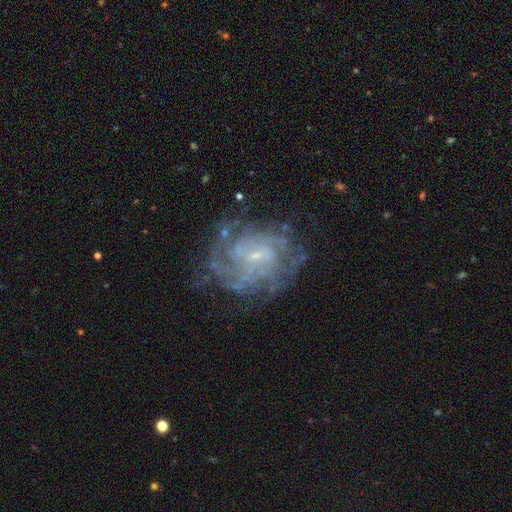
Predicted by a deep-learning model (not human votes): featured or disk 81%, smooth 10%, star or artifact 9%. Down the decision tree: edge-on disk — no (97%); bar — no (47%); spiral arms — yes (86%); spiral arm count — can't tell (47%); spiral winding — tight (57%); bulge size — small (78%); merging — none (67%).